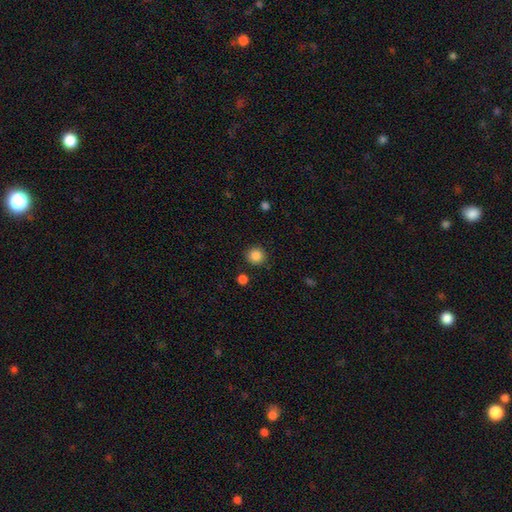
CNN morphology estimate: smooth-or-featured: smooth: 86% | star or artifact: 10% | featured or disk: 4%
  how-rounded: round: 91% | in between: 8% | cigar-shaped: 1%
  merging: none: 88% | minor disturbance: 7% | merger: 2% | major disturbance: 2%